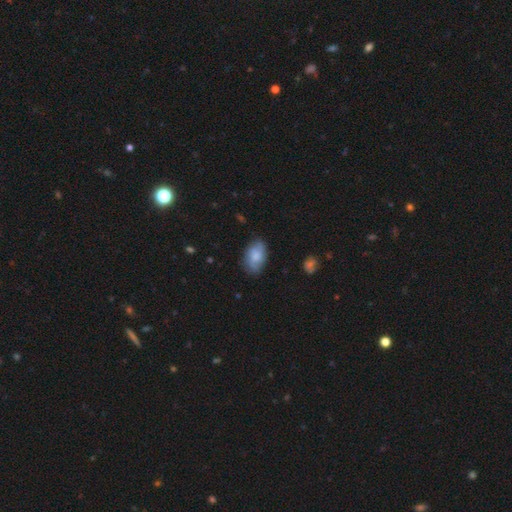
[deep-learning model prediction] smooth-or-featured: smooth: 72% | featured or disk: 21% | star or artifact: 7%
  how-rounded: in between: 91% | round: 7% | cigar-shaped: 2%
  merging: none: 73% | minor disturbance: 21% | major disturbance: 4% | merger: 1%